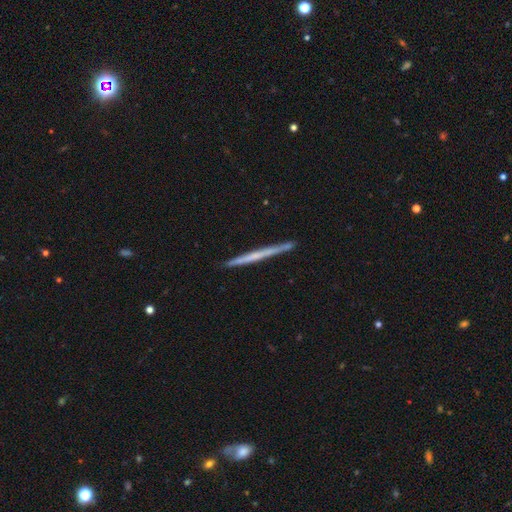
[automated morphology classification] The model was most divided on "smooth or featured": featured or disk: 57%, smooth: 38%, star or artifact: 6%. More confident: edge-on disk — yes (97%); merging — none (89%); edge-on bulge — none (84%).